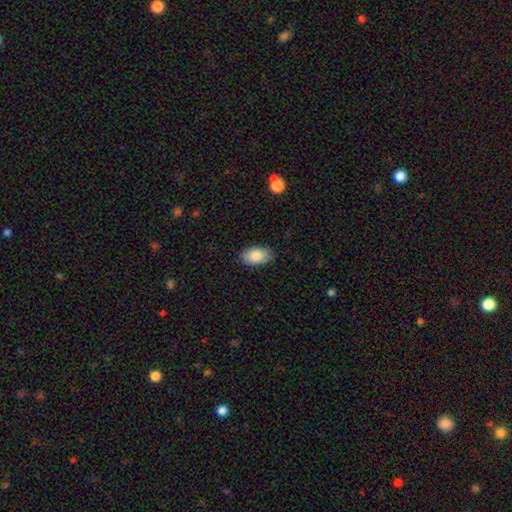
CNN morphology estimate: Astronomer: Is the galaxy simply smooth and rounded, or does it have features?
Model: smooth — 85%.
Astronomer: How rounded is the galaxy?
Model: in between — 94%.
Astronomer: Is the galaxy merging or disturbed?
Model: none — 85%.